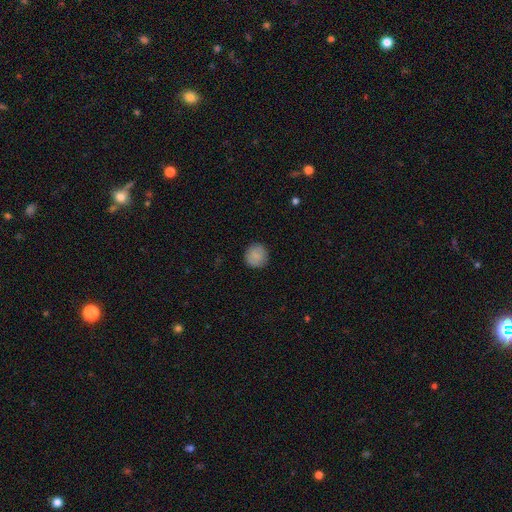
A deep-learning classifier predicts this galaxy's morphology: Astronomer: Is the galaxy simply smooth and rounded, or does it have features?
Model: smooth — 87%.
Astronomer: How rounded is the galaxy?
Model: round — 94%.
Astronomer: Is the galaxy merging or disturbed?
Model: none — 90%.